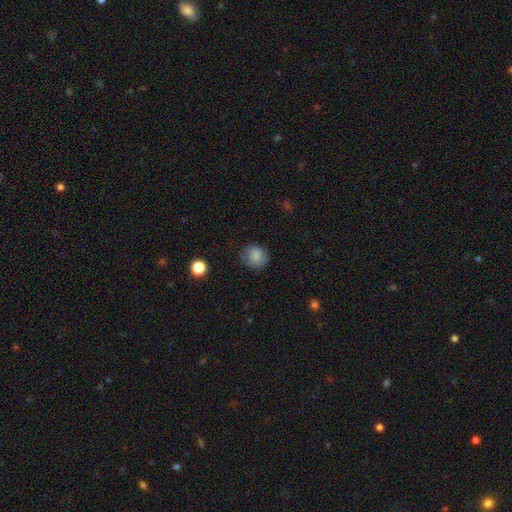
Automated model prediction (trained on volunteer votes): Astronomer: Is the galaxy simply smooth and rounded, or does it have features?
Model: smooth — 85%.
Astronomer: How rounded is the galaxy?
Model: round — 81%.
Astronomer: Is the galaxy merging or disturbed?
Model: none — 75%.